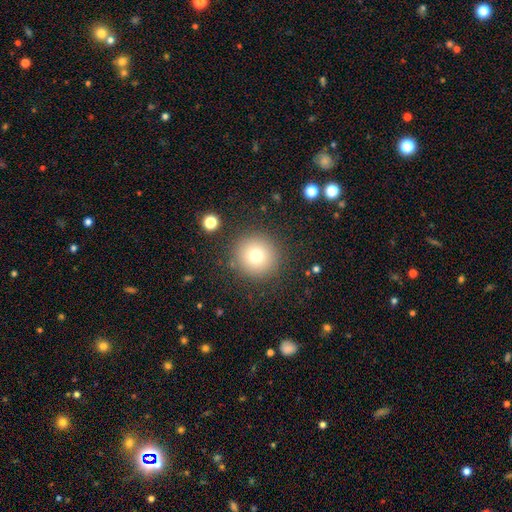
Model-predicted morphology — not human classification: Smooth or featured? smooth (75%)
How rounded? round (95%)
Merging? none (88%)